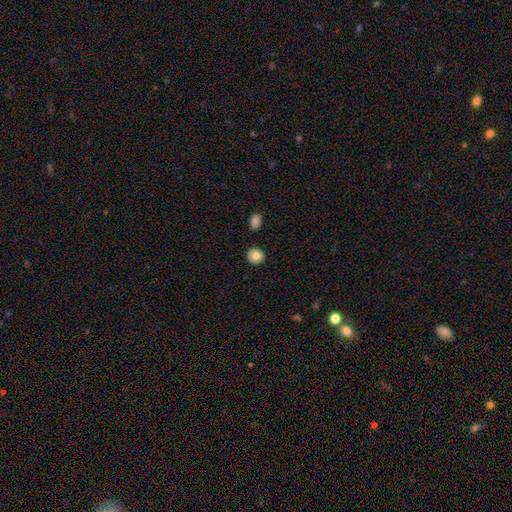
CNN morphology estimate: Smooth or featured: smooth — 83% (star or artifact — 9%)
How rounded: round — 89% (in between — 10%)
Merging: none — 89% (minor disturbance — 7%)